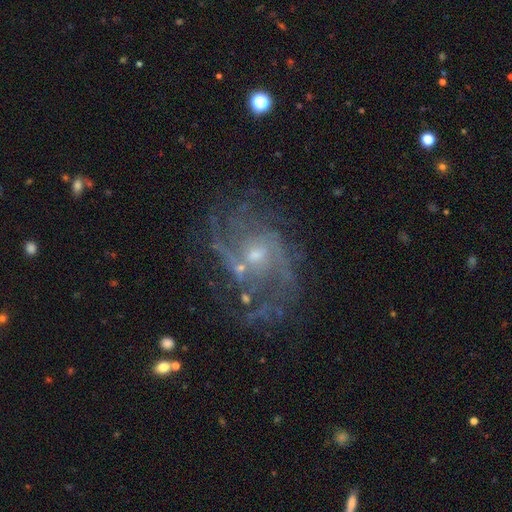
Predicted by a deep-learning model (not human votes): Smooth or featured: featured or disk — 85% (star or artifact — 9%)
Edge-on disk: no — 97% (yes — 3%)
Bar: no — 62% (weak — 32%)
Spiral arms: yes — 92% (no — 8%)
Spiral winding: medium — 45% (loose — 30%)
Spiral arm count: 2 — 32% (can't tell — 27%)
Bulge size: small — 61% (moderate — 33%)
Merging: none — 62% (minor disturbance — 17%)